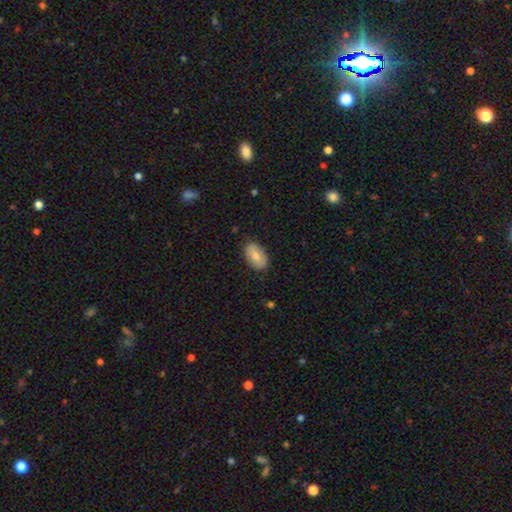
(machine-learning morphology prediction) Smooth or featured: smooth — 71% (featured or disk — 23%)
How rounded: in between — 93% (round — 6%)
Merging: none — 82% (minor disturbance — 14%)